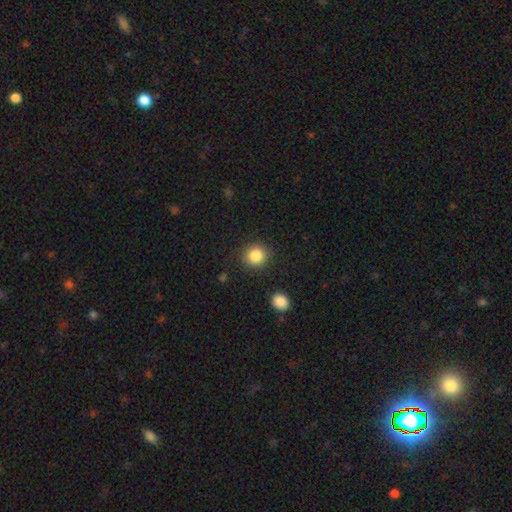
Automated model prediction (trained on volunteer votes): smooth 86%, star or artifact 9%, featured or disk 5%. Down the decision tree: how rounded — round (89%); merging — none (88%).